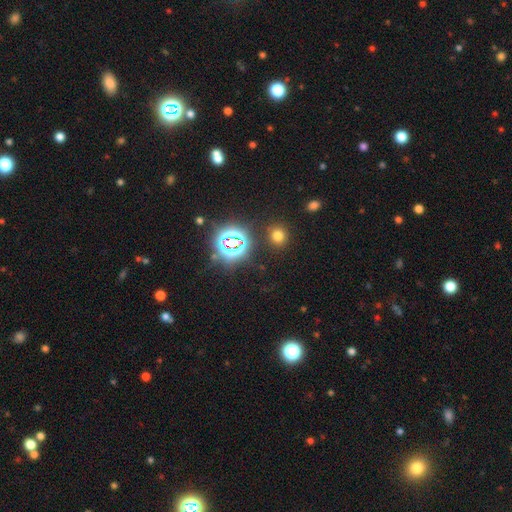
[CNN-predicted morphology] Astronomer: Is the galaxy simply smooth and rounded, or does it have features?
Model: star or artifact — 72%.